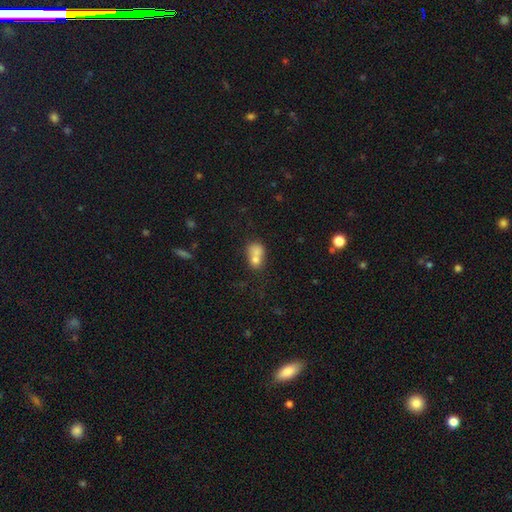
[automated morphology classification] smooth 71%, featured or disk 18%, star or artifact 11%. Down the decision tree: how rounded — in between (53%); merging — merger (67%).